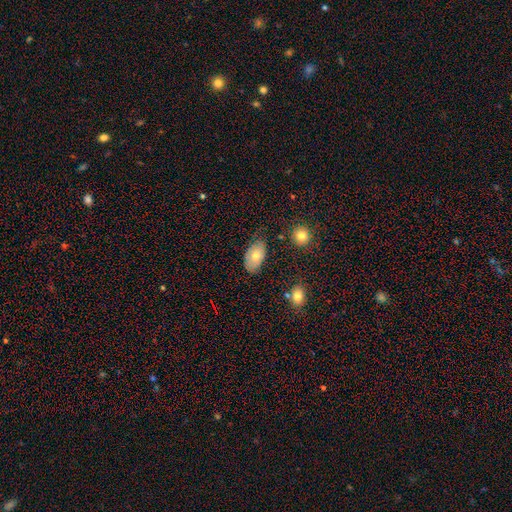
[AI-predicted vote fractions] smooth_or_featured: smooth (p=0.69) [alt: featured or disk p=0.23]
how_rounded: in between (p=0.92) [alt: round p=0.06]
merging: none (p=0.67) [alt: minor disturbance p=0.25]